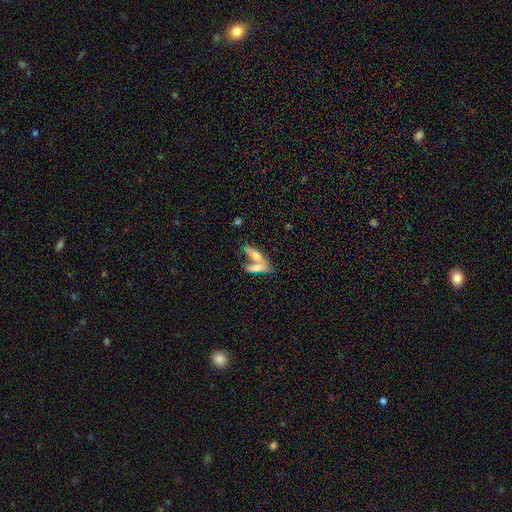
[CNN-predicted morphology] The model was most divided on "how rounded": in between: 63%, cigar-shaped: 33%, round: 4%. More confident: smooth or featured — smooth (64%); merging — merger (62%).